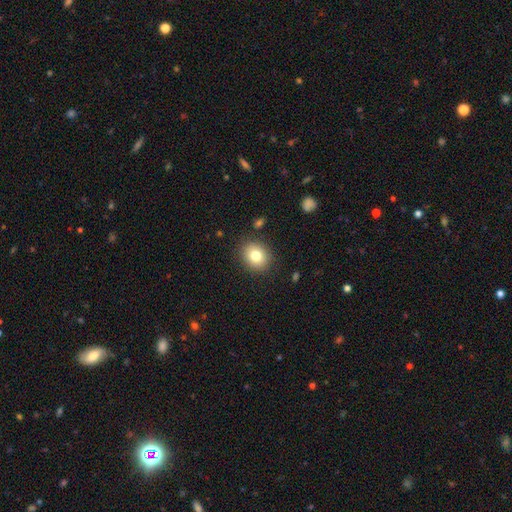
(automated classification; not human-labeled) Smooth or featured? Predicted: smooth (p=0.79). How rounded? Predicted: round (p=0.68). Merging? Predicted: none (p=0.88).